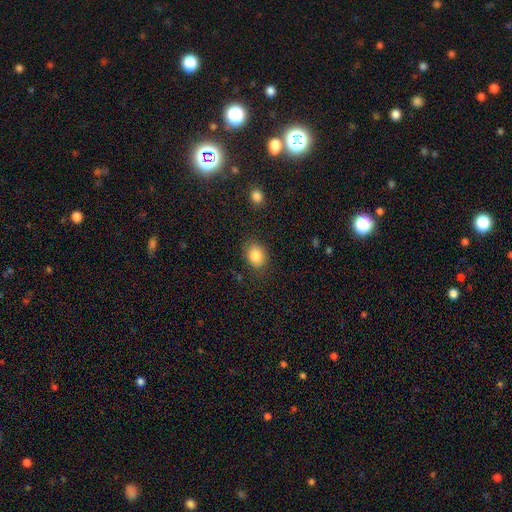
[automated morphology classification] Overall: smooth (84%). How rounded: in between (54%; round 45%). Merging: none (82%).